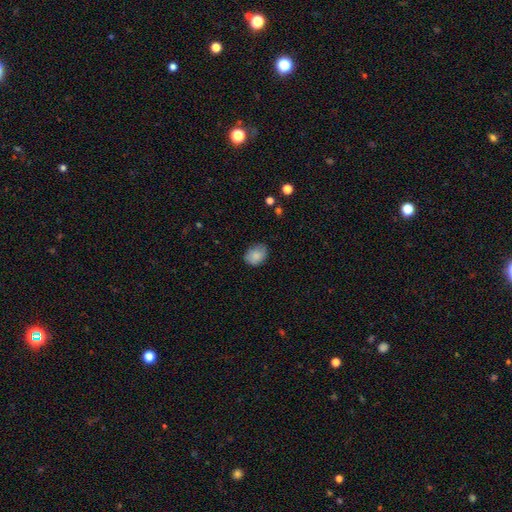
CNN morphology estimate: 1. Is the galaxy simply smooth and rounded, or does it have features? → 85% smooth, 8% featured or disk, 7% star or artifact.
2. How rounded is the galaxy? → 71% in between, 28% round, 1% cigar-shaped.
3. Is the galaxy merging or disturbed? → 75% none, 20% minor disturbance, 4% major disturbance, 1% merger.